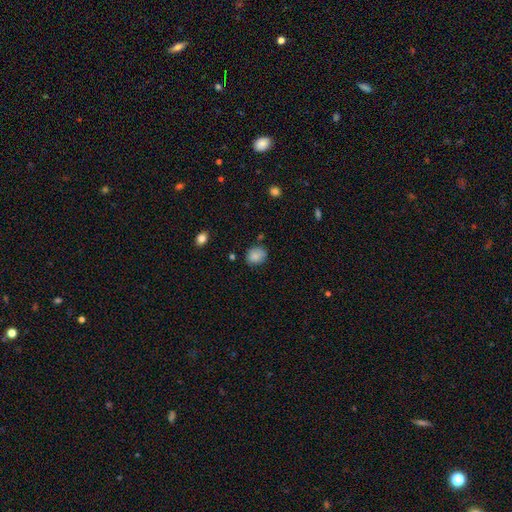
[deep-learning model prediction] The model was most divided on "how rounded": round: 63%, in between: 36%, cigar-shaped: 1%. More confident: smooth or featured — smooth (84%); merging — none (70%).